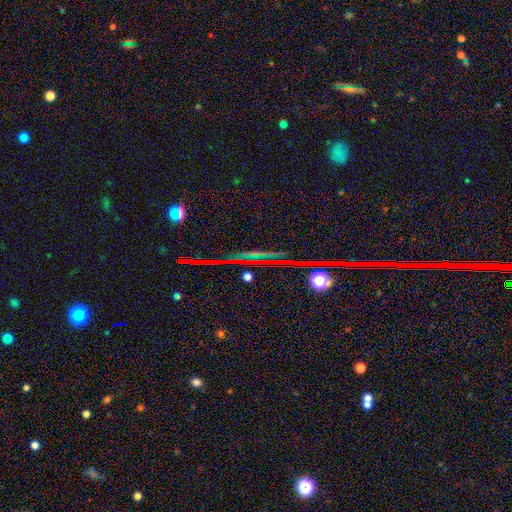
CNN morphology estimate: Smooth or featured?
  - star or artifact: 72% *
  - featured or disk: 15%
  - smooth: 13%